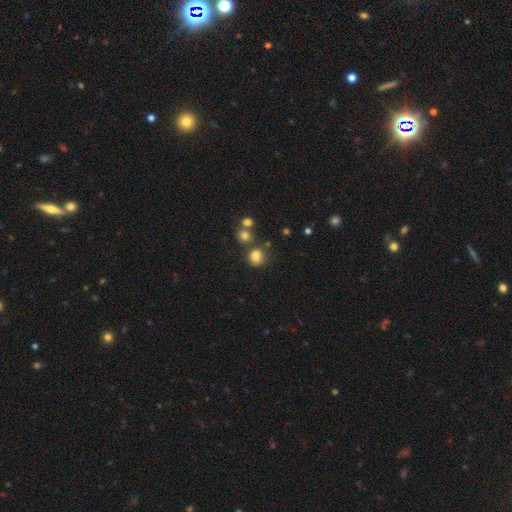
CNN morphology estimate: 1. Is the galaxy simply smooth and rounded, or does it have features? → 80% smooth, 13% star or artifact, 7% featured or disk.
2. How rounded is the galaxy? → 66% round, 33% in between, 1% cigar-shaped.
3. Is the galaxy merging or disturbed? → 63% none, 16% merger, 15% minor disturbance, 5% major disturbance.